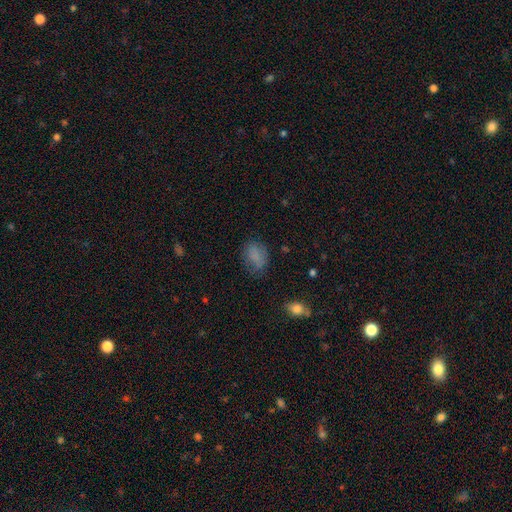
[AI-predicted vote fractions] A smooth galaxy with no disk features (79%) that is in between round and cigar-shaped (76%).

Vote fractions:
- Smooth or featured? smooth: 79% / star or artifact: 11% / featured or disk: 10%
- How rounded? in between: 76% / round: 22% / cigar-shaped: 2%
- Merging? none: 67% / minor disturbance: 23% / major disturbance: 8% / merger: 2%